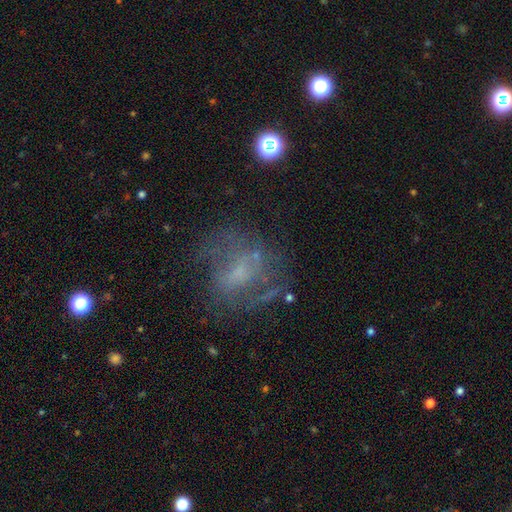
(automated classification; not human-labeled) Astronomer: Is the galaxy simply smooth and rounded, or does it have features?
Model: featured or disk — 55%.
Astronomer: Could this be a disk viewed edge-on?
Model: no — 97%.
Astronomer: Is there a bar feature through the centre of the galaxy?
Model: no — 62%.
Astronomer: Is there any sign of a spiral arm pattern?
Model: no — 58% (runner-up: yes, 42%).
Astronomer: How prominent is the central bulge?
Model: none — 40% (runner-up: small, 34%).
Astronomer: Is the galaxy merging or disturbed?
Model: none — 51%.